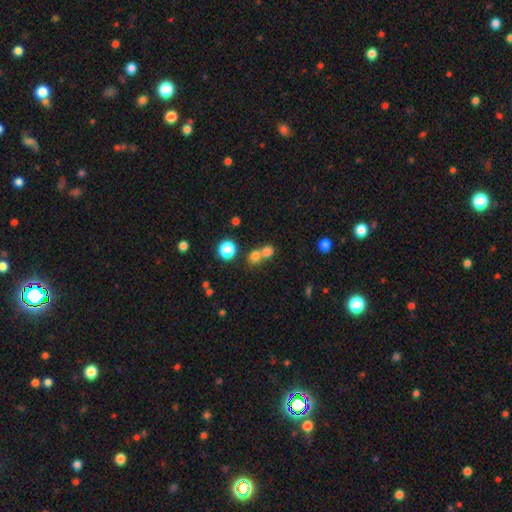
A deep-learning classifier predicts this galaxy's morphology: A smooth galaxy with no disk features (73%) that is round (81%).

Vote fractions:
- Smooth or featured? smooth: 73% / star or artifact: 18% / featured or disk: 9%
- How rounded? round: 81% / in between: 18% / cigar-shaped: 1%
- Merging? merger: 48% / none: 43% / minor disturbance: 5% / major disturbance: 3%